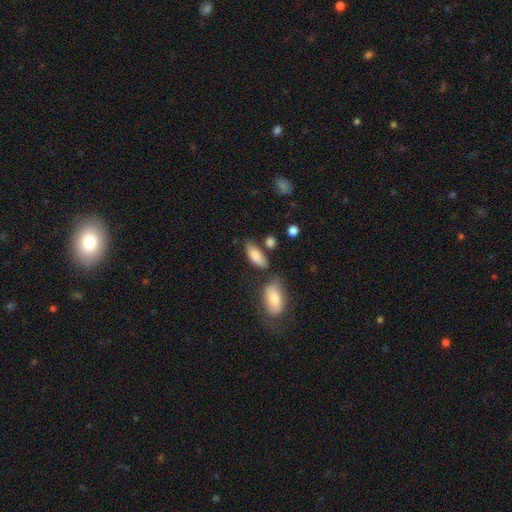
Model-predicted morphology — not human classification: A smooth galaxy with no disk features (85%) that is in between round and cigar-shaped (80%). Merging: none (63%).